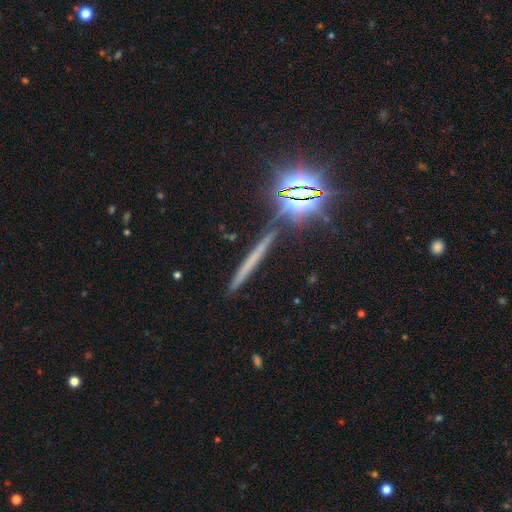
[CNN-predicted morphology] Overall: star or artifact (71%).